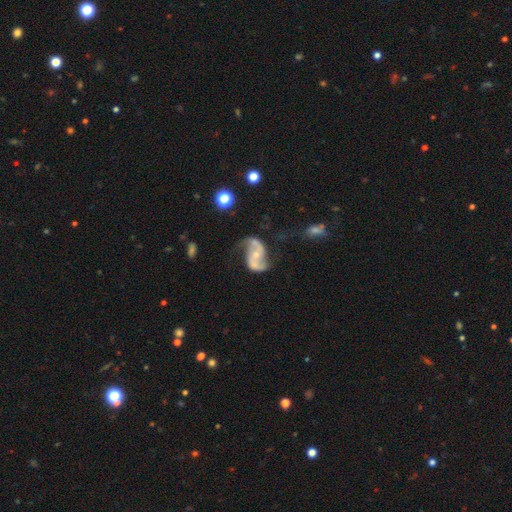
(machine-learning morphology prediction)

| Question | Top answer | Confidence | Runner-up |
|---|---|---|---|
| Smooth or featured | featured or disk | 89% | smooth (6%) |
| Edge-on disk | no | 98% | yes (2%) |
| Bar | no | 56% | weak (30%) |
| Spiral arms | yes | 96% | no (4%) |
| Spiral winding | loose | 57% | medium (34%) |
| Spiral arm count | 2 | 93% | can't tell (2%) |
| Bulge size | small | 53% | moderate (40%) |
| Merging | none | 63% | minor disturbance (20%) |